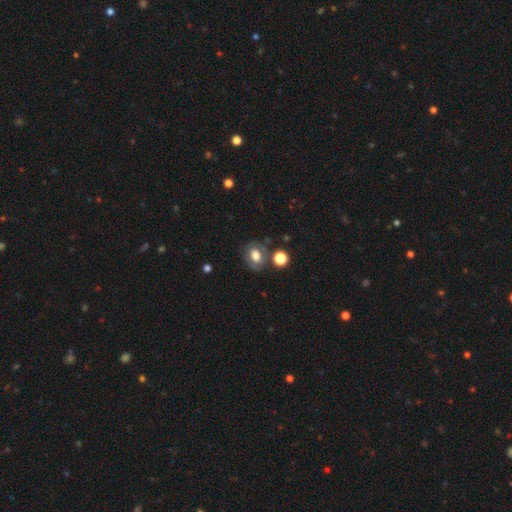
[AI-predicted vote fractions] smooth_or_featured: smooth (p=0.65) [alt: featured or disk p=0.24]
how_rounded: in between (p=0.49) [tied with: round p=0.49]
merging: none (p=0.68) [alt: minor disturbance p=0.17]